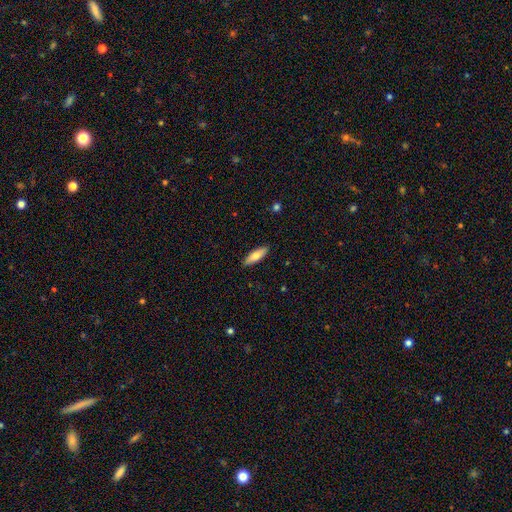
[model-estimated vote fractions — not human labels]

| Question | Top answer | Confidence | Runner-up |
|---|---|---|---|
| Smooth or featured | smooth | 75% | featured or disk (19%) |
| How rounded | in between | 51% | cigar-shaped (47%) |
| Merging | none | 89% | minor disturbance (8%) |